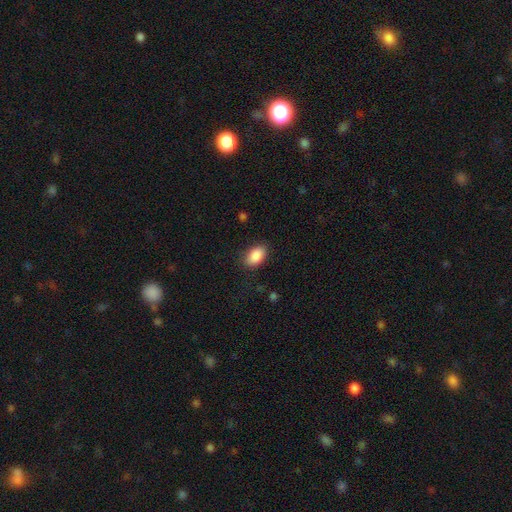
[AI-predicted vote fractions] The model was most divided on "merging": none: 85%, minor disturbance: 11%, major disturbance: 3%, merger: 1%. More confident: how rounded — in between (91%); smooth or featured — smooth (89%).